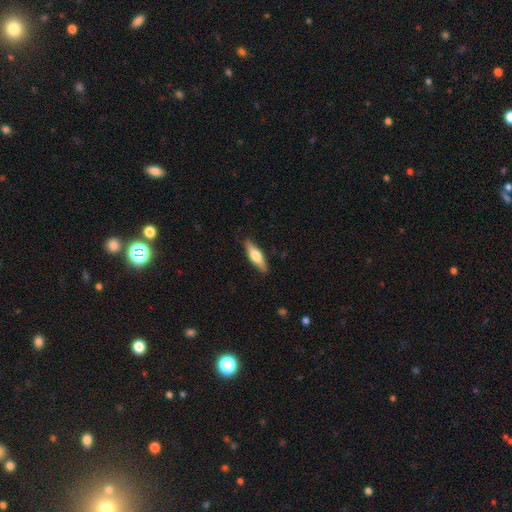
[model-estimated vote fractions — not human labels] Smooth or featured? smooth (50%)
How rounded? cigar-shaped (61%)
Merging? none (88%)